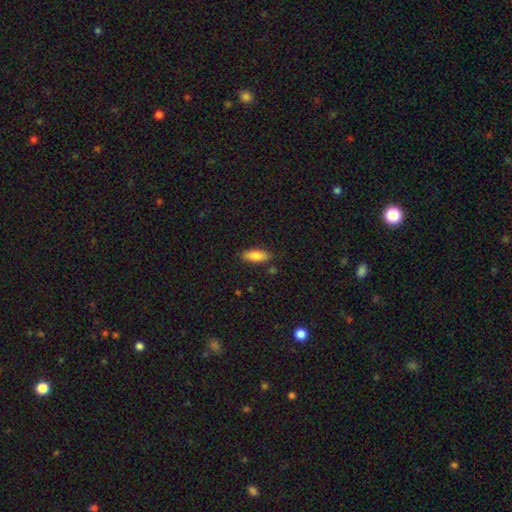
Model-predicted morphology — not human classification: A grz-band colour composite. It shows a smooth galaxy with no disk features (84%) that is in between round and cigar-shaped (76%). Merging: none (84%).